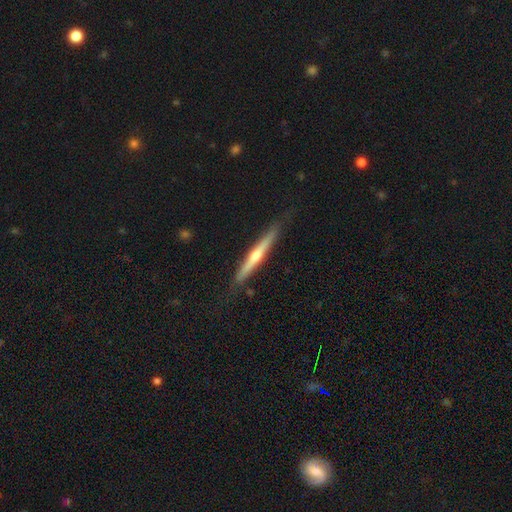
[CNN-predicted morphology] A featured or disk galaxy (69%) viewed edge-on (97%) with a rounded central bulge (78%). Merging: none (84%).